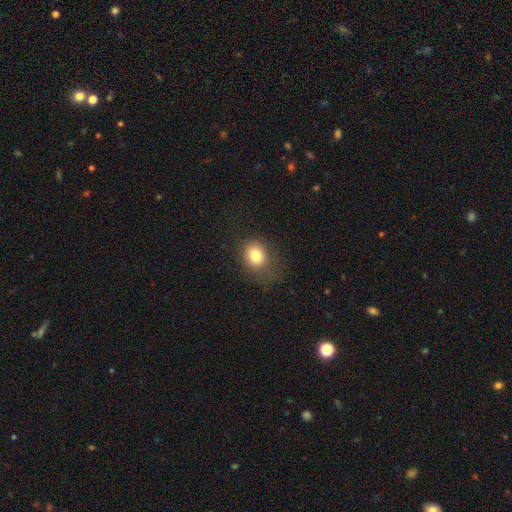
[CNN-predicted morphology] Smooth or featured? smooth (79%)
How rounded? round (58%)
Merging? none (70%)